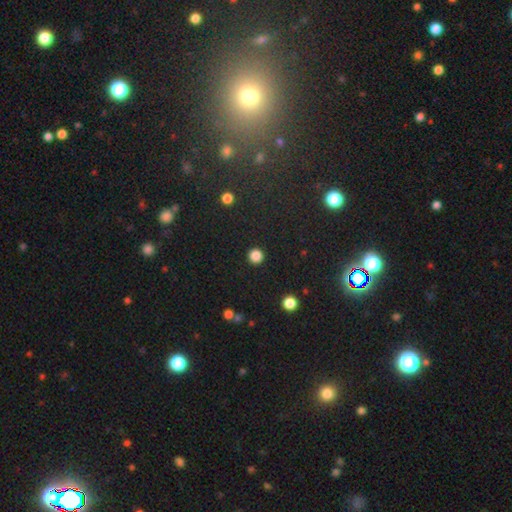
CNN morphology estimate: smooth_or_featured: smooth (p=0.86) [alt: star or artifact p=0.11]
how_rounded: round (p=0.95) [alt: in between p=0.04]
merging: none (p=0.93) [alt: minor disturbance p=0.04]